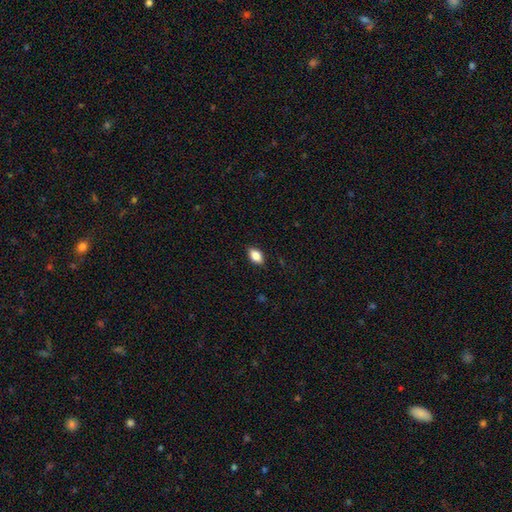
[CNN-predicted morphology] Smooth or featured: smooth — 84% (featured or disk — 8%)
How rounded: in between — 88% (round — 8%)
Merging: none — 87% (minor disturbance — 10%)